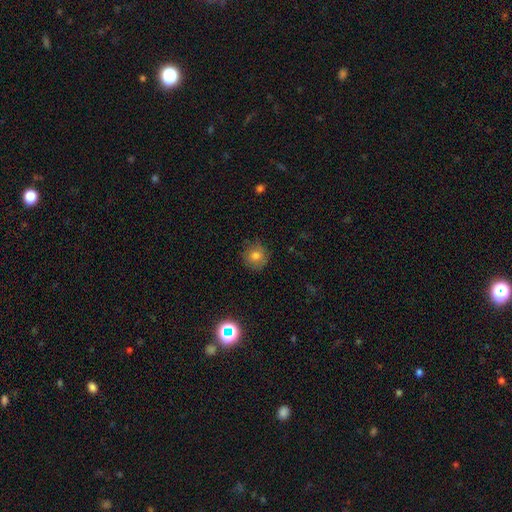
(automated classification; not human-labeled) This appears to be a smooth galaxy with no disk features (77%) that is round (92%). Merging: none (84%).